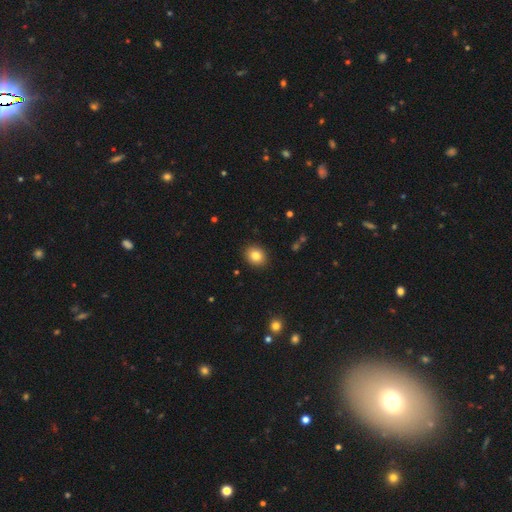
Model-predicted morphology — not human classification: Q: Smooth or featured?
A: smooth (82%); runner-up: star or artifact (10%)
Q: How rounded?
A: round (61%); runner-up: in between (38%)
Q: Merging?
A: none (91%); runner-up: minor disturbance (6%)